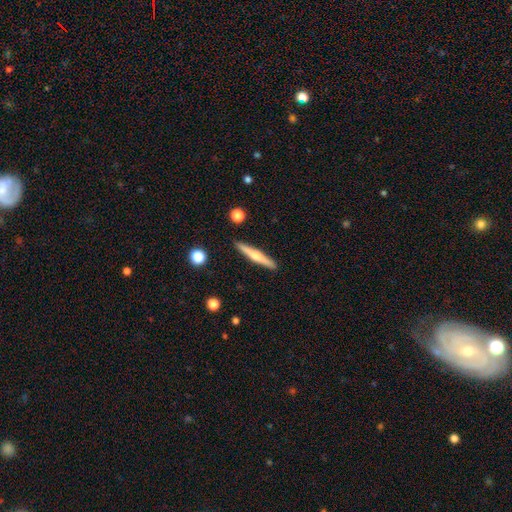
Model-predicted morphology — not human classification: Smooth or featured? Predicted: featured or disk (p=0.57). Edge-on disk? Predicted: yes (p=0.97). Edge-on bulge? Predicted: rounded (p=0.86). Merging? Predicted: none (p=0.91).